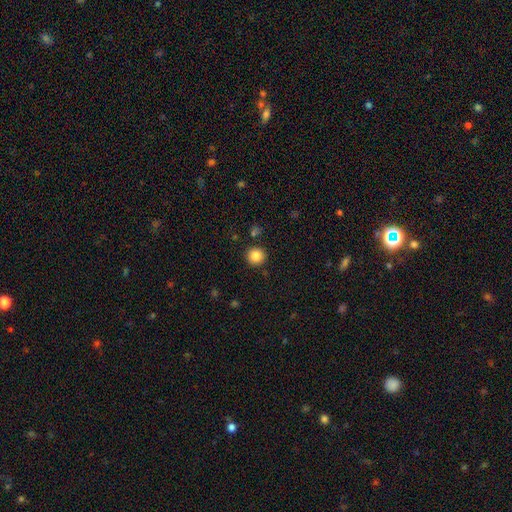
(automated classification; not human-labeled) A smooth galaxy with no disk features (85%) that is round (93%).

Vote fractions:
- Smooth or featured? smooth: 85% / star or artifact: 10% / featured or disk: 5%
- How rounded? round: 93% / in between: 6% / cigar-shaped: 1%
- Merging? none: 90% / minor disturbance: 6% / merger: 3% / major disturbance: 2%